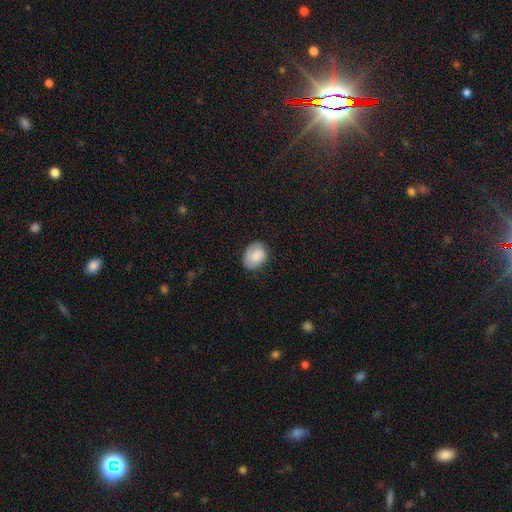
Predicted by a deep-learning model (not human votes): smooth-or-featured: smooth: 78% | featured or disk: 15% | star or artifact: 7%
  how-rounded: in between: 72% | round: 27% | cigar-shaped: 1%
  merging: none: 69% | minor disturbance: 24% | major disturbance: 6% | merger: 1%